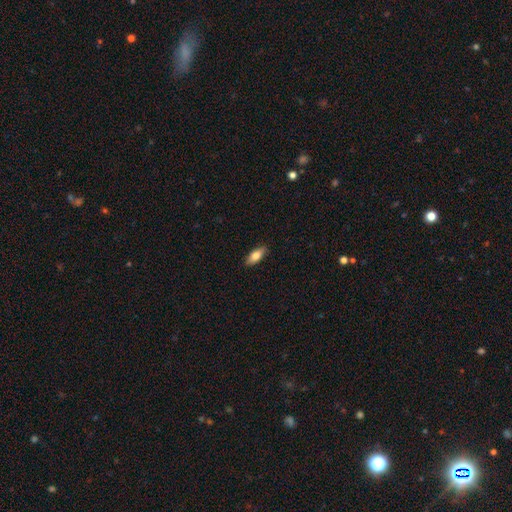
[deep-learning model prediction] Smooth or featured?
  - smooth: 77% *
  - featured or disk: 17%
  - star or artifact: 6%
How rounded?
  - in between: 80% *
  - cigar-shaped: 18%
  - round: 3%
Merging?
  - none: 88% *
  - minor disturbance: 9%
  - major disturbance: 2%
  - merger: 1%